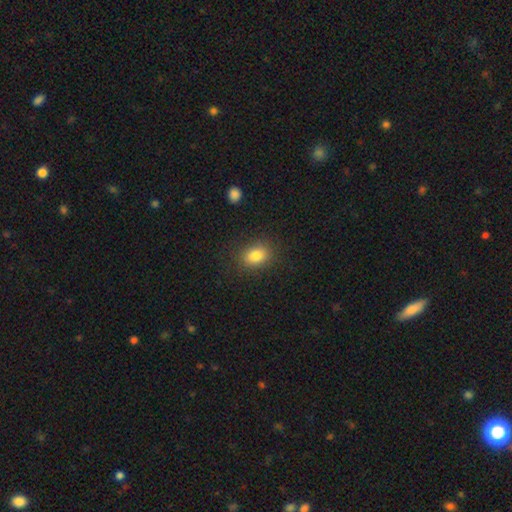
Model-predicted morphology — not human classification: A smooth galaxy with no disk features (84%) that is in between round and cigar-shaped (68%). Merging: none (85%).